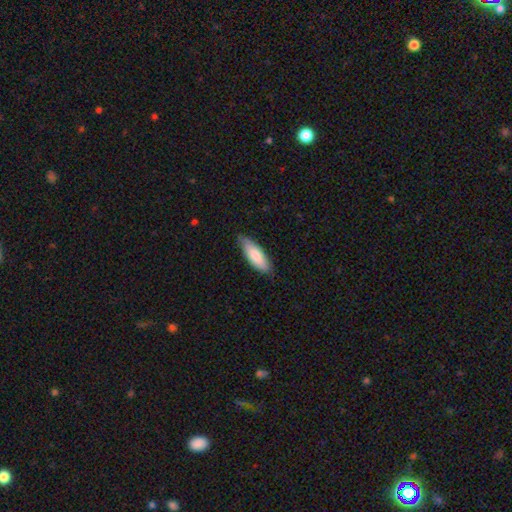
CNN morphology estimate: smooth-or-featured: smooth: 79% | featured or disk: 15% | star or artifact: 5%
  how-rounded: in between: 65% | cigar-shaped: 34% | round: 2%
  merging: none: 78% | minor disturbance: 18% | major disturbance: 2% | merger: 1%